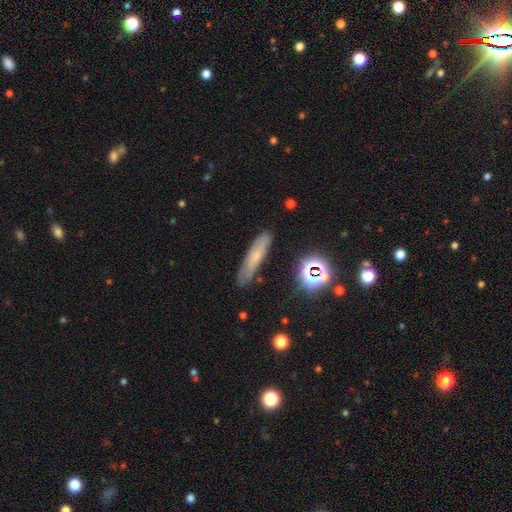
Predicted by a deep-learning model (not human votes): smooth-or-featured: smooth: 58% | featured or disk: 28% | star or artifact: 14%
  how-rounded: cigar-shaped: 79% | in between: 18% | round: 3%
  merging: none: 80% | minor disturbance: 14% | major disturbance: 4% | merger: 2%